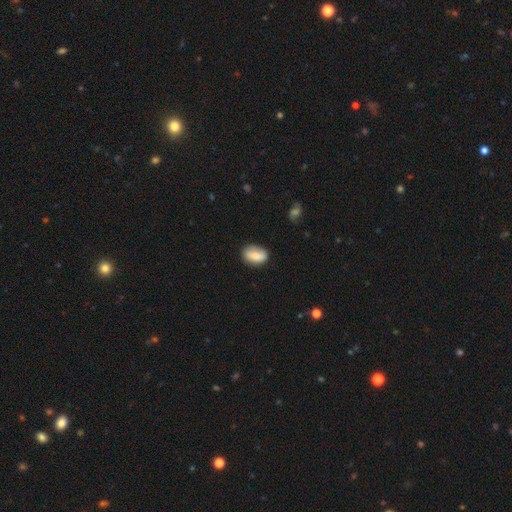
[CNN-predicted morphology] smooth-or-featured: smooth: 82% | featured or disk: 11% | star or artifact: 7%
  how-rounded: in between: 88% | round: 10% | cigar-shaped: 2%
  merging: none: 74% | minor disturbance: 20% | major disturbance: 4% | merger: 2%